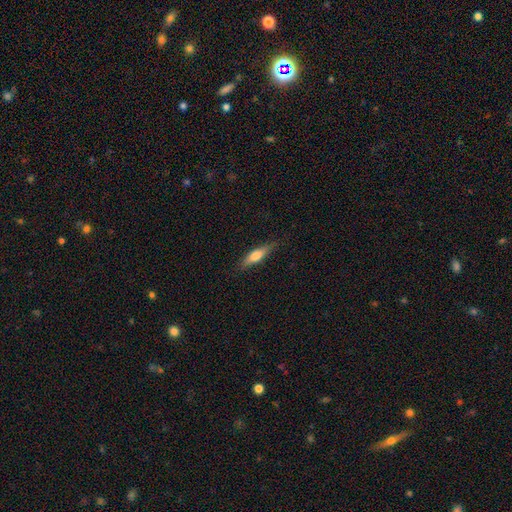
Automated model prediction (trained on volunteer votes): Q: Smooth or featured?
A: smooth (64%); runner-up: featured or disk (30%)
Q: How rounded?
A: cigar-shaped (65%); runner-up: in between (33%)
Q: Merging?
A: none (82%); runner-up: minor disturbance (14%)